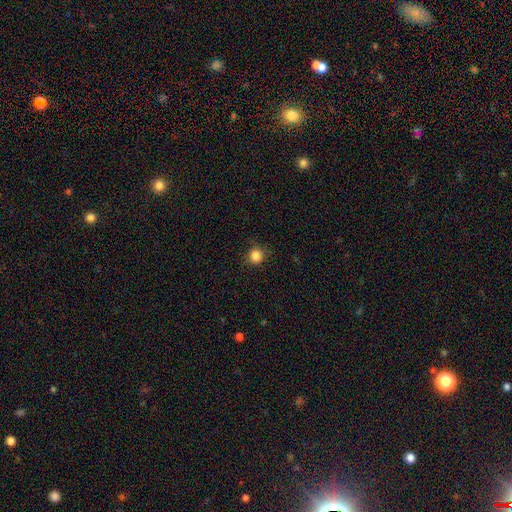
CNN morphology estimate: The model was most divided on "smooth or featured": smooth: 85%, star or artifact: 12%, featured or disk: 4%. More confident: how rounded — round (91%); merging — none (86%).